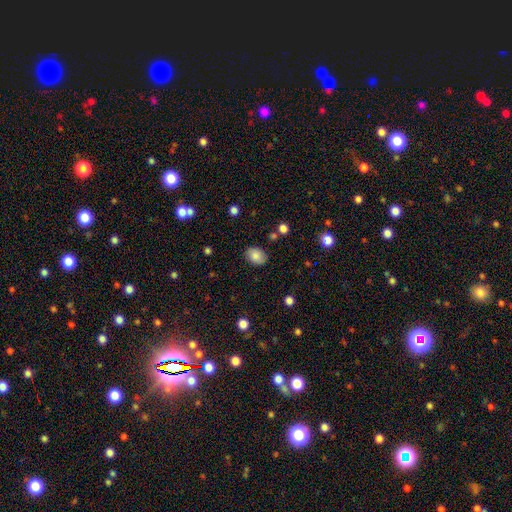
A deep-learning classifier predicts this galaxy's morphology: Smooth or featured? Predicted: smooth (p=0.81). How rounded? Predicted: in between (p=0.65). Merging? Predicted: none (p=0.83).